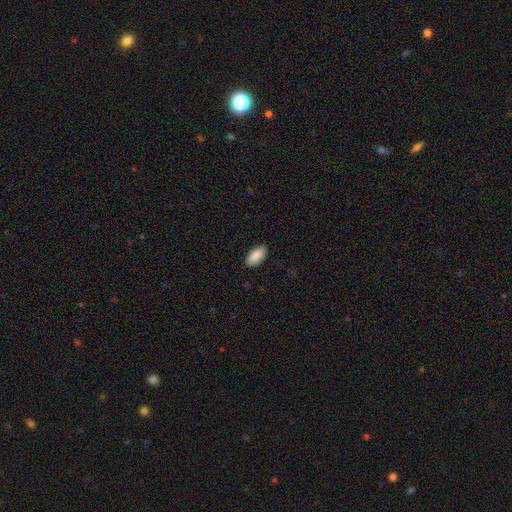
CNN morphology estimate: Smooth or featured?
  - smooth: 89% *
  - star or artifact: 6%
  - featured or disk: 5%
How rounded?
  - in between: 93% *
  - cigar-shaped: 5%
  - round: 2%
Merging?
  - none: 87% *
  - minor disturbance: 10%
  - major disturbance: 2%
  - merger: 1%